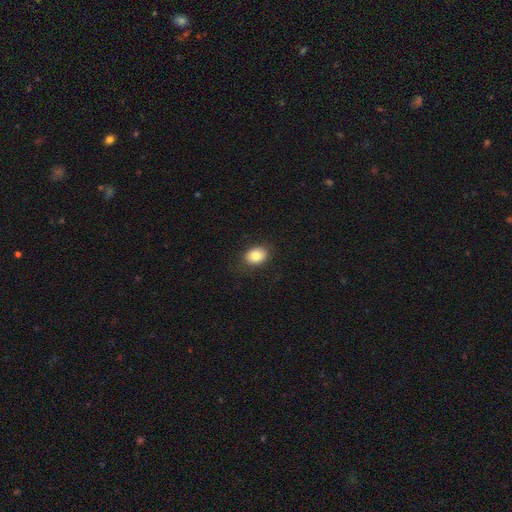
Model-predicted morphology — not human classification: Smooth or featured?
  - smooth: 81% *
  - featured or disk: 10%
  - star or artifact: 9%
How rounded?
  - in between: 62% *
  - round: 37%
  - cigar-shaped: 1%
Merging?
  - none: 85% *
  - minor disturbance: 11%
  - major disturbance: 3%
  - merger: 1%